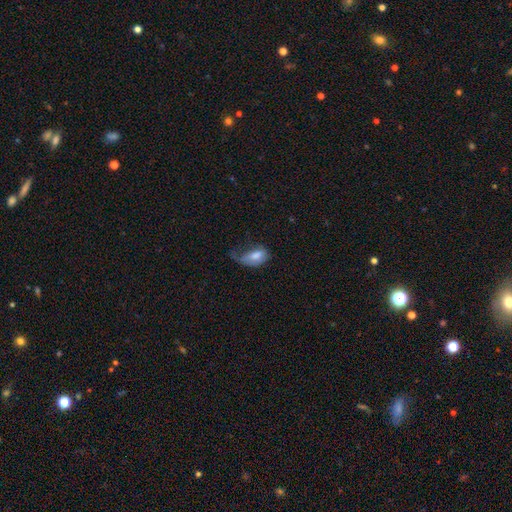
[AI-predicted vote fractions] A smooth galaxy with no disk features (65%) that is in between round and cigar-shaped (89%). Merging: major disturbance (50%).